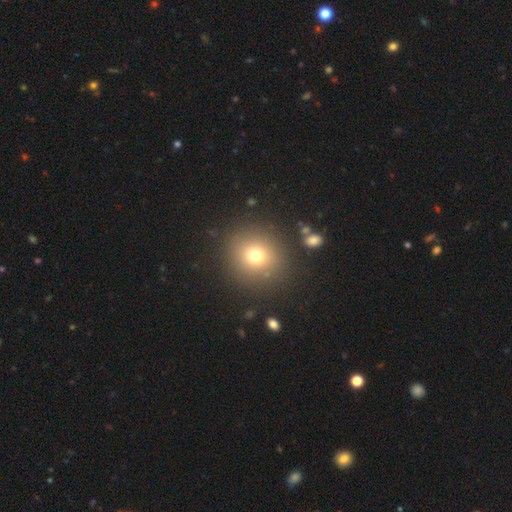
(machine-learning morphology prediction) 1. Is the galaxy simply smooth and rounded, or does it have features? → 73% smooth, 16% star or artifact, 11% featured or disk.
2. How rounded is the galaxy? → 90% round, 9% in between, 1% cigar-shaped.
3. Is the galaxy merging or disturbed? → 86% none, 7% minor disturbance, 4% major disturbance, 3% merger.